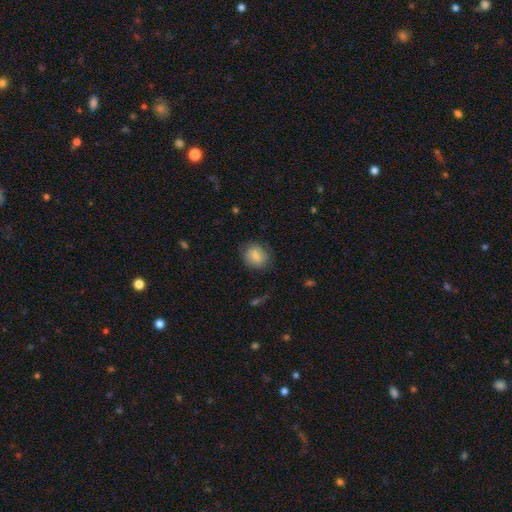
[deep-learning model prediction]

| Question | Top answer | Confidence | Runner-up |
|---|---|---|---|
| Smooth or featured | smooth | 79% | featured or disk (13%) |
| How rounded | round | 75% | in between (24%) |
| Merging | none | 78% | minor disturbance (16%) |